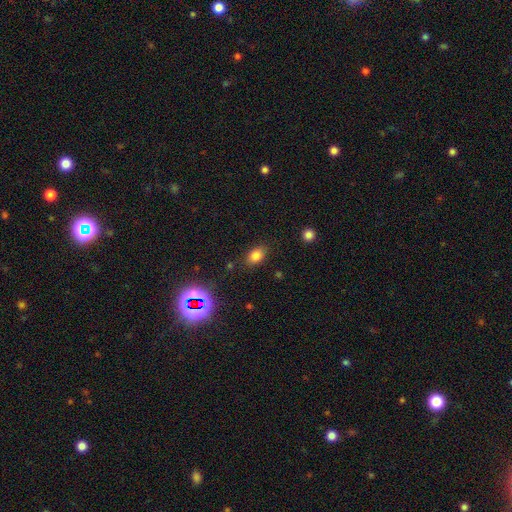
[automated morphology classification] Smooth or featured? smooth (77%)
How rounded? in between (80%)
Merging? none (84%)